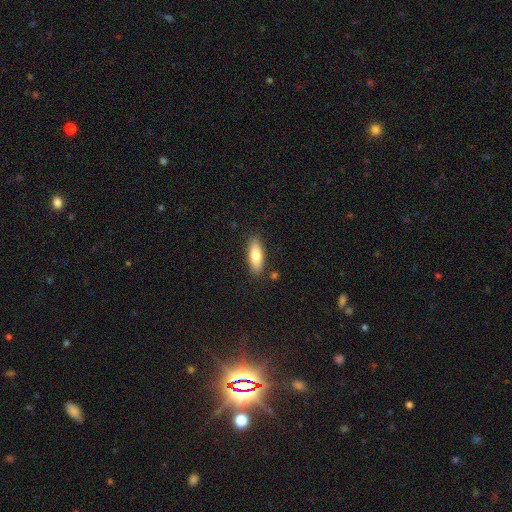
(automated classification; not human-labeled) smooth-or-featured: smooth: 77% | featured or disk: 16% | star or artifact: 6%
  how-rounded: in between: 66% | cigar-shaped: 31% | round: 2%
  merging: none: 85% | minor disturbance: 10% | merger: 2% | major disturbance: 2%